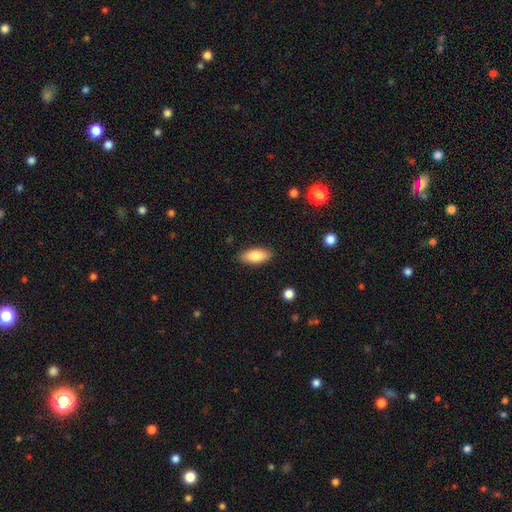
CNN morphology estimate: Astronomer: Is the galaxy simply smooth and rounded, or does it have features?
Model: smooth — 82%.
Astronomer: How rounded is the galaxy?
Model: in between — 80%.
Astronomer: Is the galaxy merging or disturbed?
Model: none — 88%.